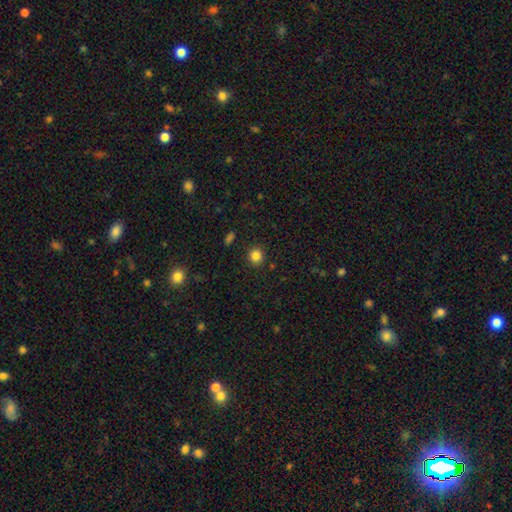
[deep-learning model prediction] A smooth galaxy with no disk features (84%) that is round (88%). Merging: none (90%).